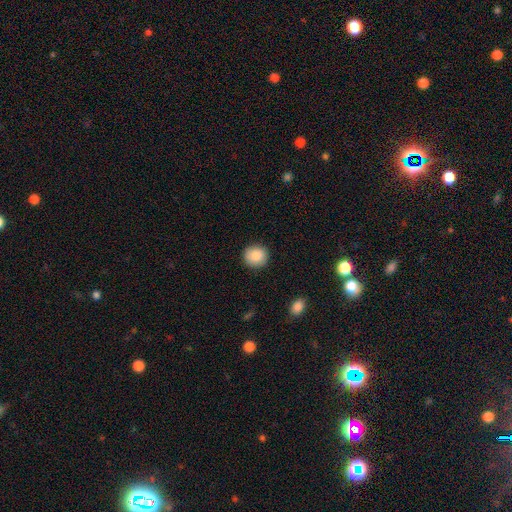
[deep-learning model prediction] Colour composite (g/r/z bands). It shows a smooth galaxy with no disk features (88%) that is round (90%). Merging: none (91%).